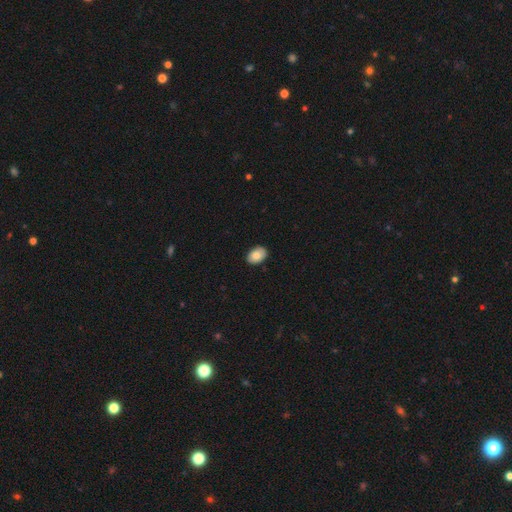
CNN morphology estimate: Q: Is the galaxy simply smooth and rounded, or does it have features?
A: smooth — 82%.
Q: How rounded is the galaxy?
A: in between — 88%.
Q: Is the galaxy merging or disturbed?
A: none — 89%.